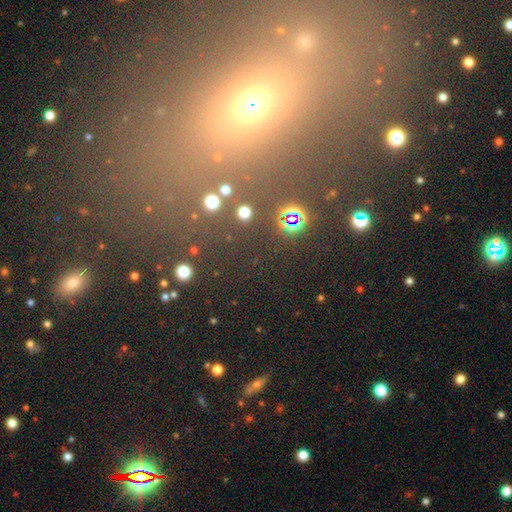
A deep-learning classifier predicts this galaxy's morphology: Q: Smooth or featured?
A: star or artifact (60%); runner-up: smooth (29%)